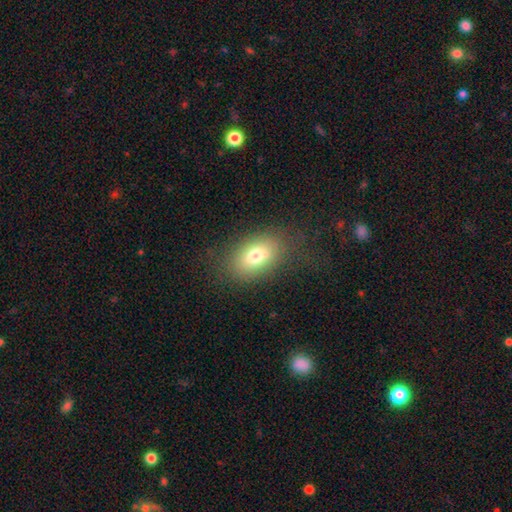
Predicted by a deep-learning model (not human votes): Morphology: type=smooth (73%); roundness=in between (84%); merging=none (72%).